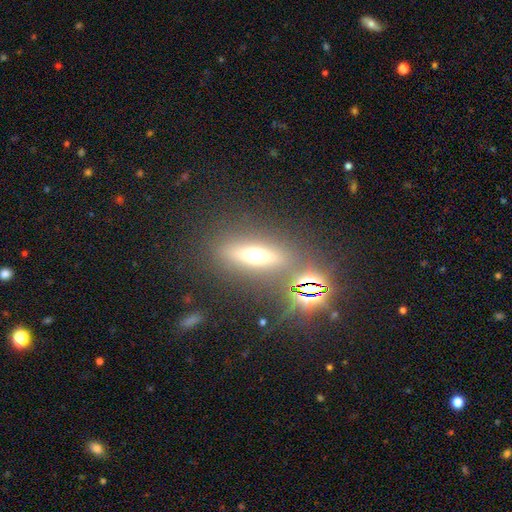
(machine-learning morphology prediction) Smooth or featured?
  - featured or disk: 41% *
  - smooth: 37%
  - star or artifact: 22%
Merging?
  - none: 81% *
  - minor disturbance: 9%
  - merger: 5%
  - major disturbance: 5%